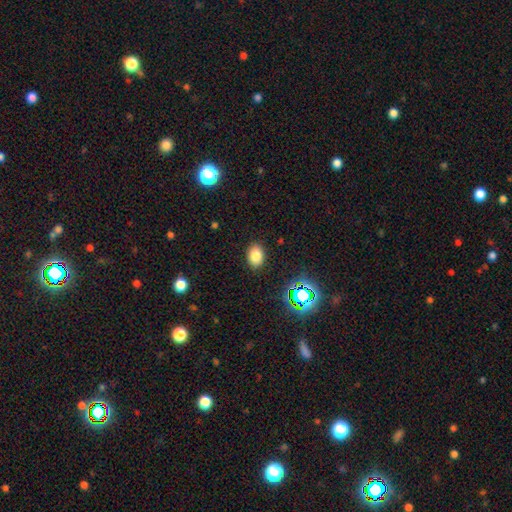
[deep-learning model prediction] Smooth or featured?
  - smooth: 79% *
  - star or artifact: 14%
  - featured or disk: 7%
How rounded?
  - in between: 79% *
  - round: 20%
  - cigar-shaped: 1%
Merging?
  - none: 88% *
  - minor disturbance: 9%
  - major disturbance: 3%
  - merger: 1%